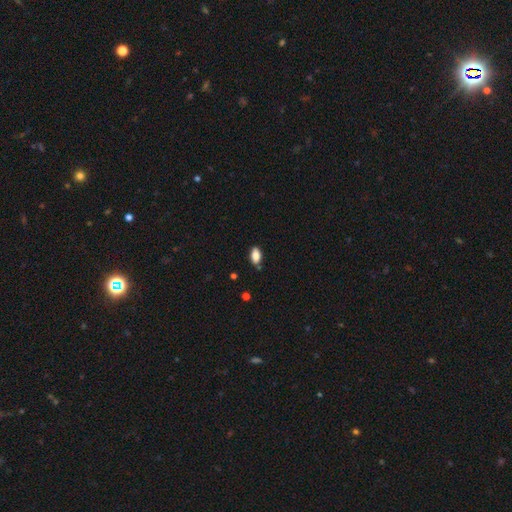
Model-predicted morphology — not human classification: Overall: smooth (84%). How rounded: in between (91%). Merging: none (79%).